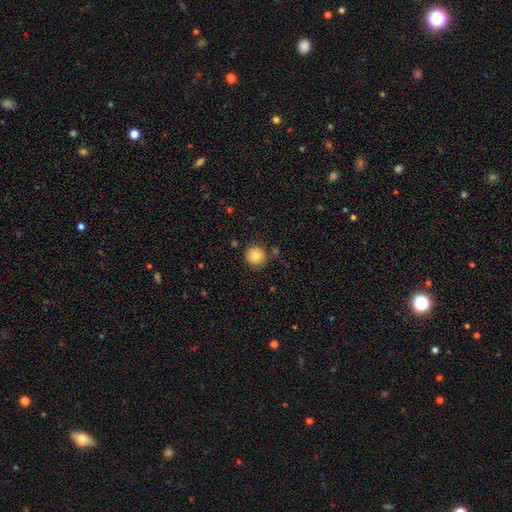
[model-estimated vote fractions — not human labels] Smooth or featured? smooth (82%)
How rounded? round (94%)
Merging? none (85%)